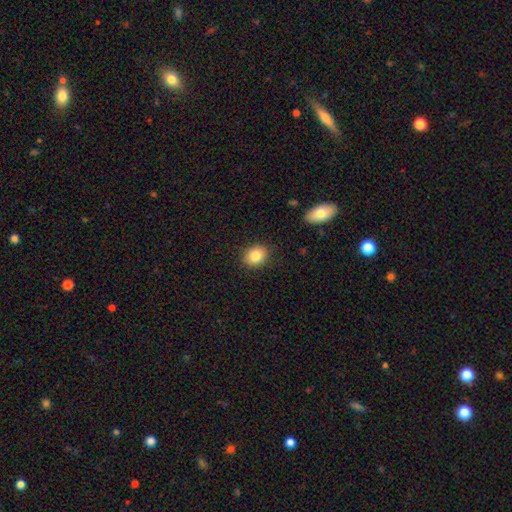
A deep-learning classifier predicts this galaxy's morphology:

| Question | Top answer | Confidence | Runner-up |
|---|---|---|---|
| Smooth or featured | smooth | 83% | star or artifact (9%) |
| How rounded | round | 57% | in between (42%) |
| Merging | none | 87% | minor disturbance (9%) |